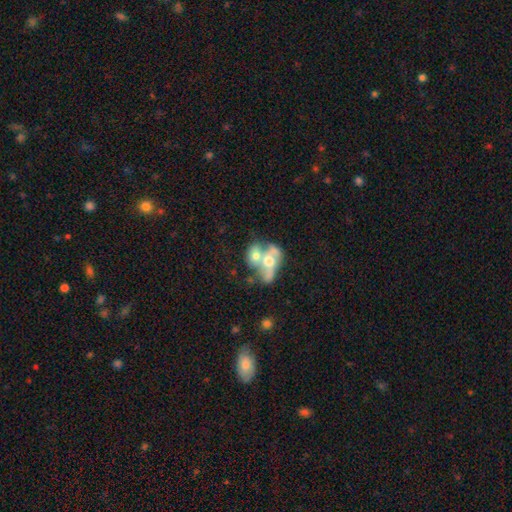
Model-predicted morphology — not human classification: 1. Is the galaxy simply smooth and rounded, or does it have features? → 47% featured or disk, 44% smooth, 9% star or artifact.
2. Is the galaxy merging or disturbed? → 75% merger, 12% none, 8% major disturbance, 6% minor disturbance.